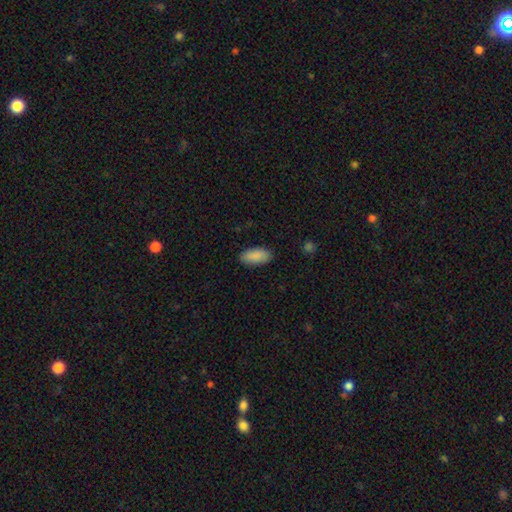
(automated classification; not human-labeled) smooth_or_featured: smooth (p=0.90) [alt: star or artifact p=0.06]
how_rounded: in between (p=0.92) [alt: cigar-shaped p=0.06]
merging: none (p=0.87) [alt: minor disturbance p=0.10]